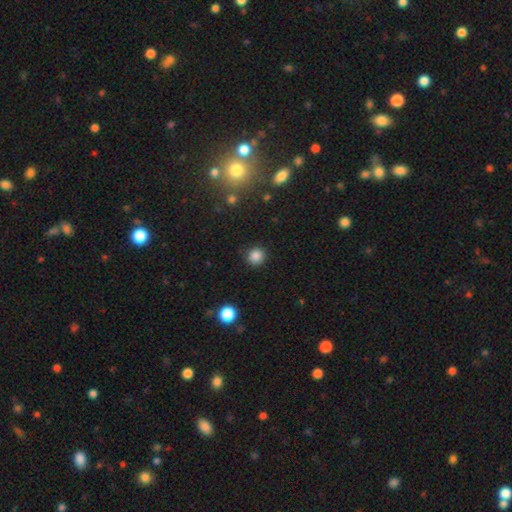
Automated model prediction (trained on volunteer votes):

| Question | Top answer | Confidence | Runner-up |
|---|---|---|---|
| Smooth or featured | smooth | 84% | star or artifact (12%) |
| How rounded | round | 92% | in between (7%) |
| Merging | none | 90% | minor disturbance (7%) |